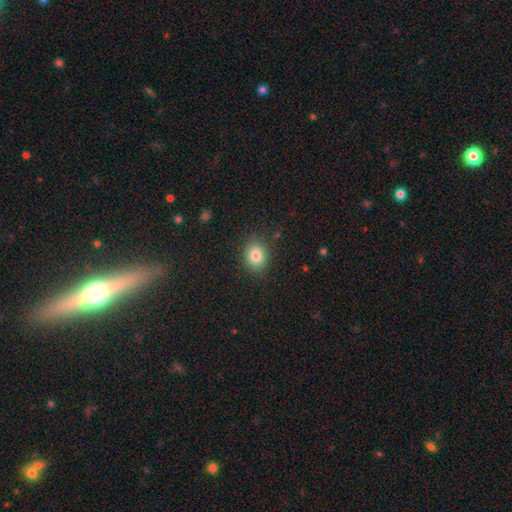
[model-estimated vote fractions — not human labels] The model was most divided on "how rounded": round: 65%, in between: 34%, cigar-shaped: 1%. More confident: merging — none (86%); smooth or featured — smooth (83%).